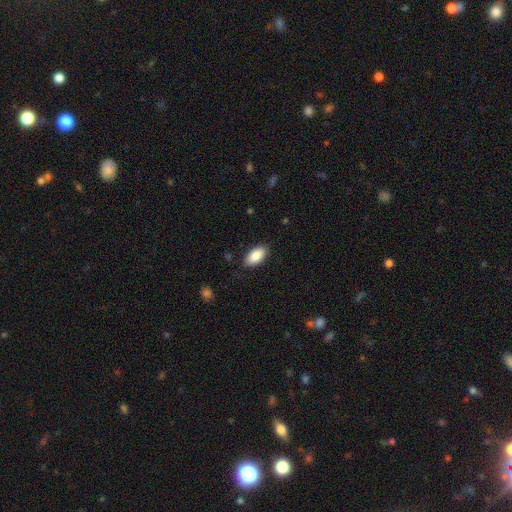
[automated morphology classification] smooth 86%, featured or disk 7%, star or artifact 7%. Down the decision tree: how rounded — in between (93%); merging — none (85%).